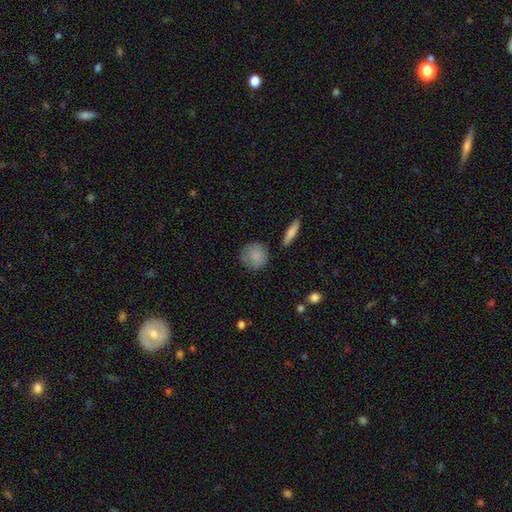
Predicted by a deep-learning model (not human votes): This is clearly a smooth galaxy (86%). How rounded: clearly round (90%). Merging: clearly none (81%).